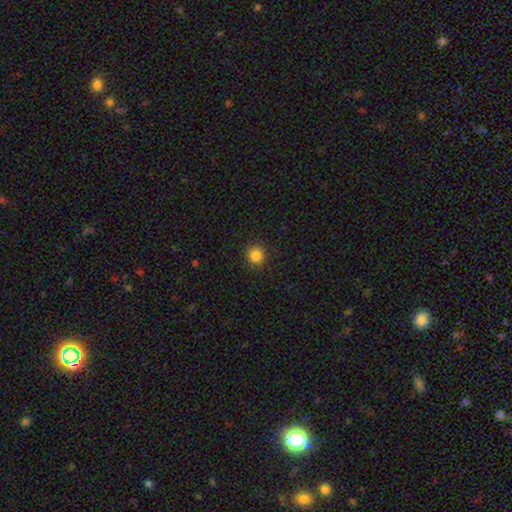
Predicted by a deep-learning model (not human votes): Smooth or featured? Predicted: smooth (p=0.85). How rounded? Predicted: round (p=0.93). Merging? Predicted: none (p=0.90).